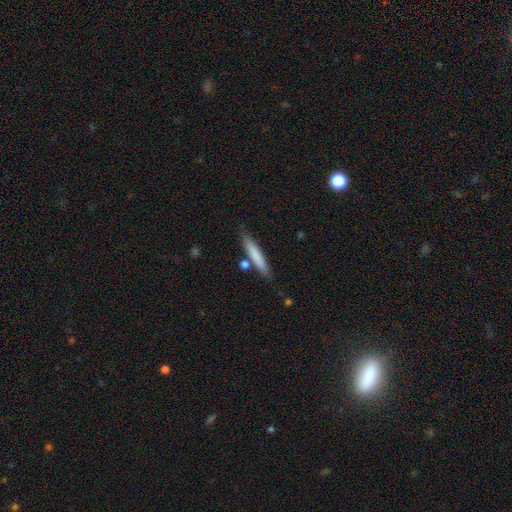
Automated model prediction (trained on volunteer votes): Morphology: type=smooth (76%); roundness=cigar-shaped (91%); merging=none (78%).